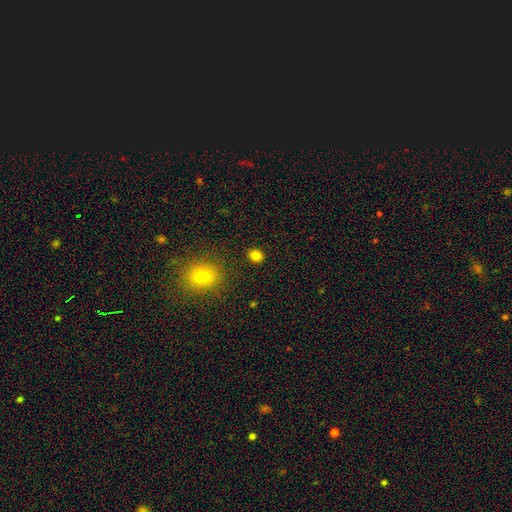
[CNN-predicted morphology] smooth-or-featured: smooth: 82% | star or artifact: 13% | featured or disk: 5%
  how-rounded: round: 69% | in between: 30% | cigar-shaped: 1%
  merging: none: 89% | minor disturbance: 7% | major disturbance: 2% | merger: 2%